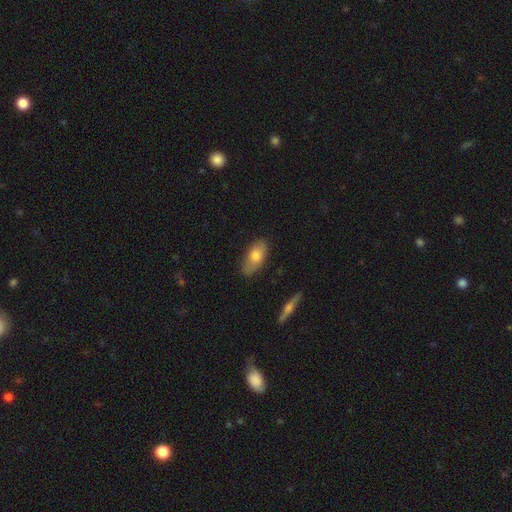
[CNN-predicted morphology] smooth_or_featured: smooth (p=0.72) [alt: featured or disk p=0.21]
how_rounded: in between (p=0.86) [alt: cigar-shaped p=0.10]
merging: none (p=0.79) [alt: minor disturbance p=0.17]